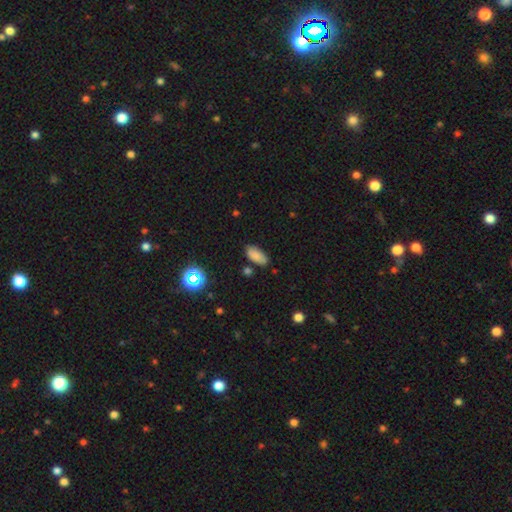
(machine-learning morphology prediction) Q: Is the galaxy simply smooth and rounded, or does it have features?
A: smooth — 83%.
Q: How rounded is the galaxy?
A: in between — 90%.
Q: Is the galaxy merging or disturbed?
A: none — 81%.